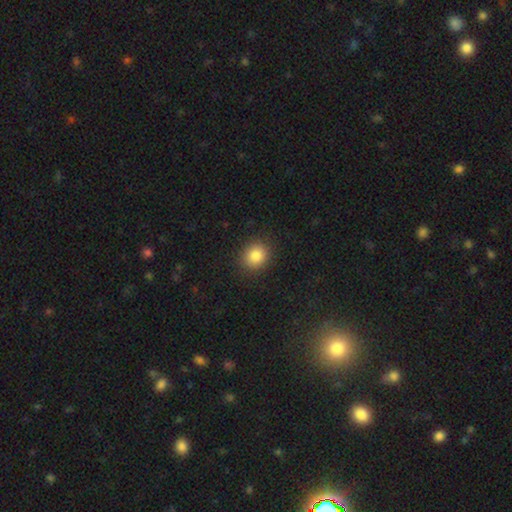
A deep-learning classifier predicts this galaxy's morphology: smooth-or-featured: smooth: 85% | star or artifact: 10% | featured or disk: 5%
  how-rounded: round: 74% | in between: 25% | cigar-shaped: 1%
  merging: none: 89% | minor disturbance: 8% | major disturbance: 3% | merger: 1%